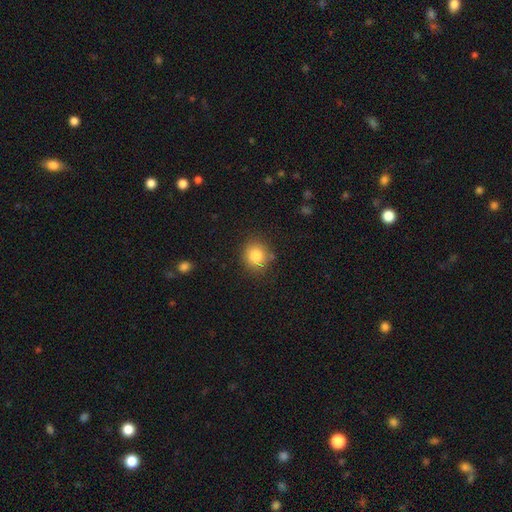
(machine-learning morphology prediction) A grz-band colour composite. It shows a smooth galaxy with no disk features (83%) that is round (82%). Merging: none (82%).